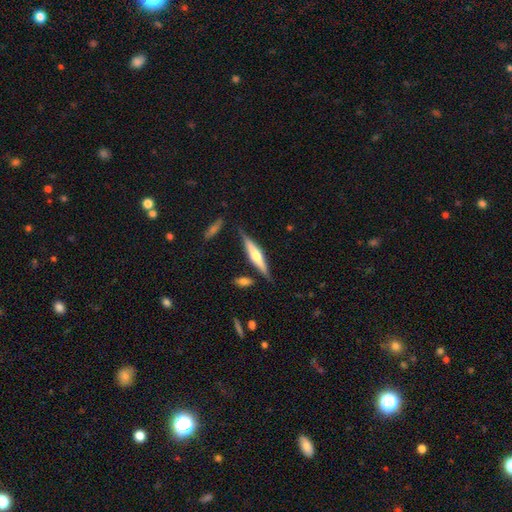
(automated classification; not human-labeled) smooth-or-featured: featured or disk: 65% | smooth: 30% | star or artifact: 6%
  disk-edge-on: yes: 96% | no: 4%
    edge-on-bulge: rounded: 86% | boxy: 9% | none: 5%
  merging: none: 81% | minor disturbance: 12% | merger: 5% | major disturbance: 3%